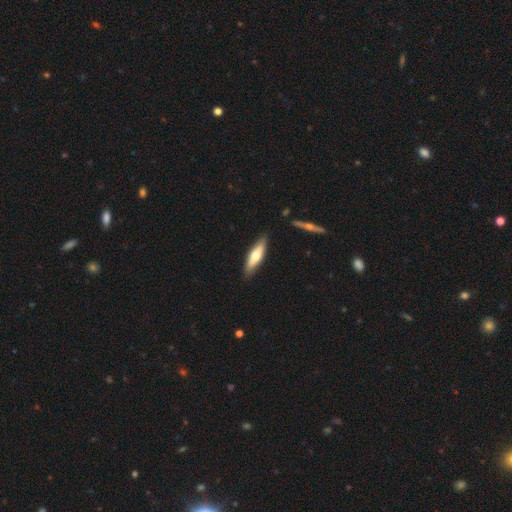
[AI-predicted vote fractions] Smooth or featured?
  - smooth: 57% *
  - featured or disk: 37%
  - star or artifact: 6%
How rounded?
  - cigar-shaped: 64% *
  - in between: 34%
  - round: 2%
Merging?
  - none: 86% *
  - minor disturbance: 11%
  - major disturbance: 2%
  - merger: 2%